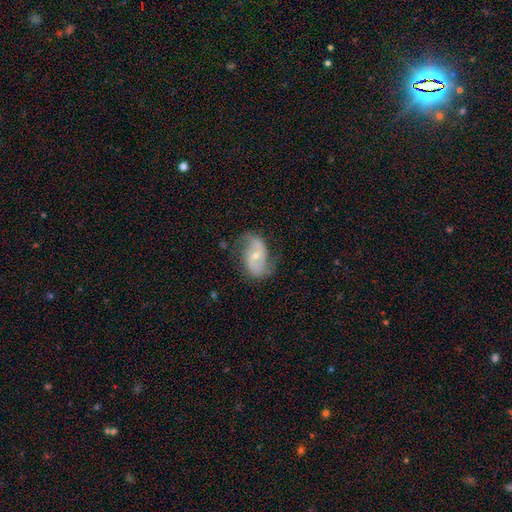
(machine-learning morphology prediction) Smooth or featured?
  - featured or disk: 75% *
  - smooth: 19%
  - star or artifact: 7%
Edge-on disk?
  - no: 96% *
  - yes: 4%
Bar?
  - no: 45% *
  - weak: 41%
  - strong: 14%
Spiral arms?
  - yes: 90% *
  - no: 10%
Spiral winding?
  - loose: 44% *
  - medium: 41%
  - tight: 15%
Spiral arm count?
  - 2: 86% *
  - can't tell: 7%
  - 1: 3%
  - 3: 1%
  - 4: 1%
  - more than 4: 1%
Bulge size?
  - small: 60% *
  - moderate: 35%
  - none: 3%
  - large: 2%
  - dominant: 1%
Merging?
  - none: 64% *
  - minor disturbance: 23%
  - major disturbance: 11%
  - merger: 2%